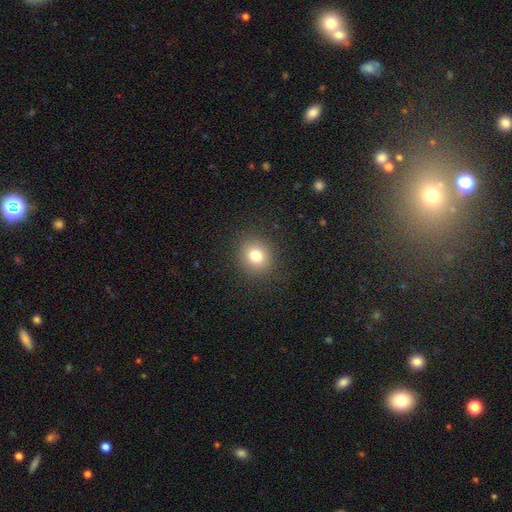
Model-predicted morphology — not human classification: Overall: smooth (78%). How rounded: round (79%). Merging: none (89%).